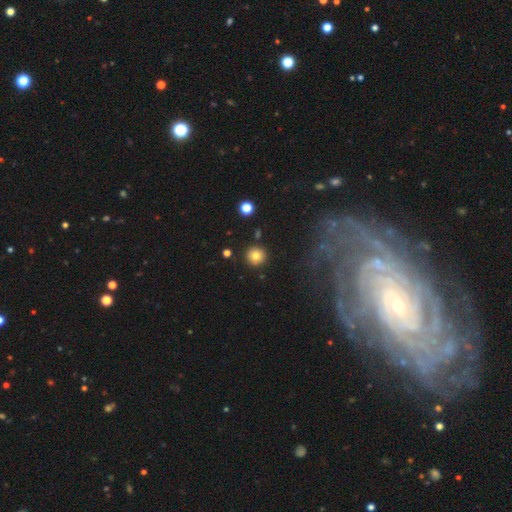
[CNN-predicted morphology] This appears to be a smooth galaxy with no disk features (80%) that is round (95%). Merging: none (89%).